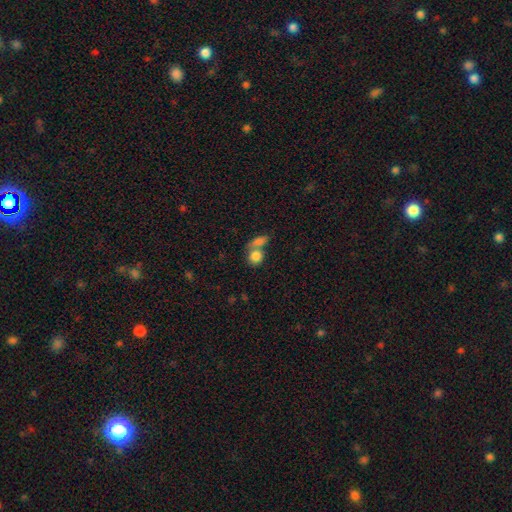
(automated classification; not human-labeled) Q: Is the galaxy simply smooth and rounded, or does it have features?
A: smooth — 83%.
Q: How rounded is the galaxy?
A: round — 64%.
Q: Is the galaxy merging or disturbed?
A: merger — 52%.